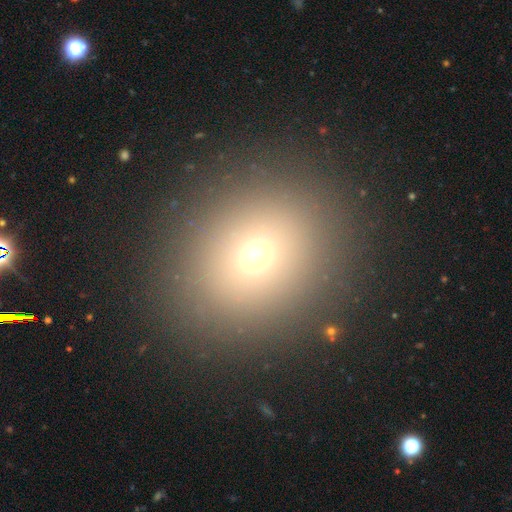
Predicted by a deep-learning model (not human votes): The model was most divided on "smooth or featured": smooth: 68%, star or artifact: 20%, featured or disk: 11%. More confident: merging — none (89%); how rounded — round (74%).